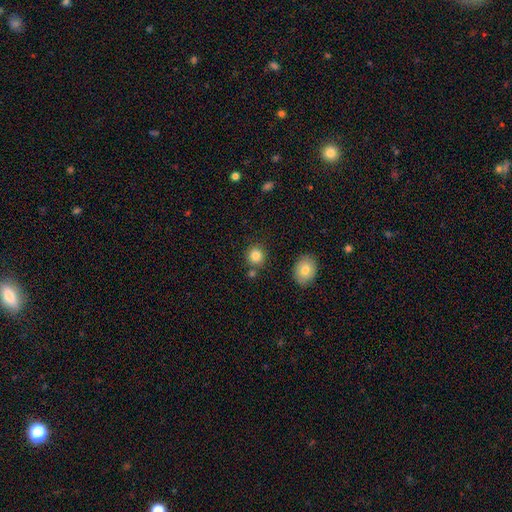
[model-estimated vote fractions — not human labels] Overall: smooth (84%). How rounded: round (87%). Merging: none (80%).